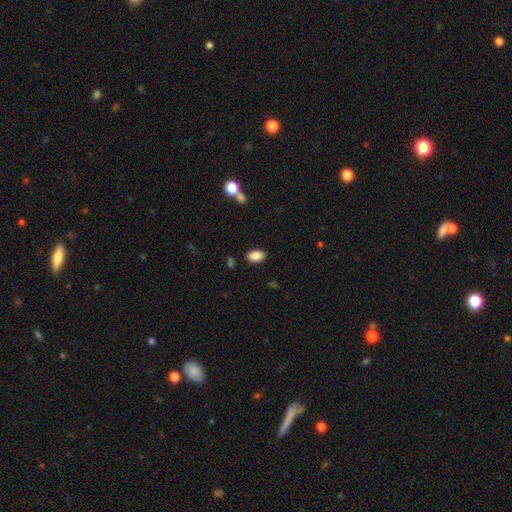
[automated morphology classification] smooth_or_featured: smooth (p=0.88) [alt: star or artifact p=0.08]
how_rounded: in between (p=0.91) [alt: round p=0.07]
merging: none (p=0.86) [alt: minor disturbance p=0.09]